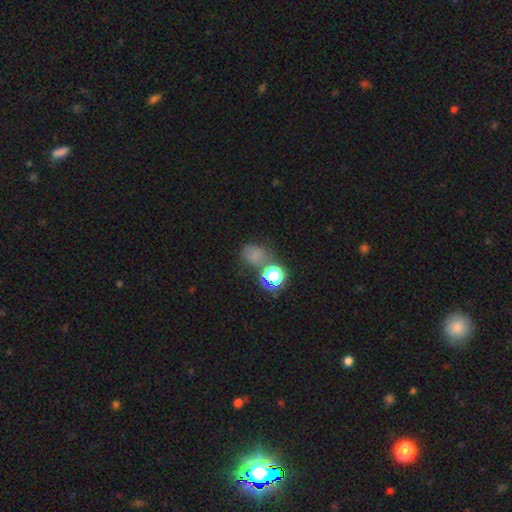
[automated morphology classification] Smooth or featured: smooth — 63% (star or artifact — 27%)
How rounded: round — 64% (in between — 35%)
Merging: none — 52% (merger — 20%)